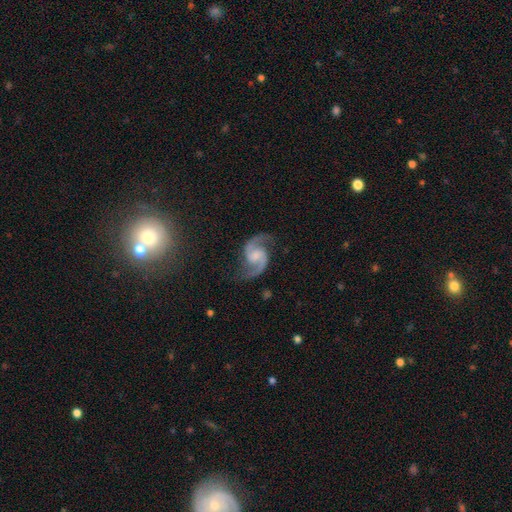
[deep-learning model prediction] featured or disk 93%, star or artifact 4%, smooth 3%. Down the decision tree: edge-on disk — no (98%); bar — weak (48%); spiral arms — yes (98%); spiral arm count — 2 (95%); spiral winding — medium (55%); bulge size — none (39%); merging — none (79%).